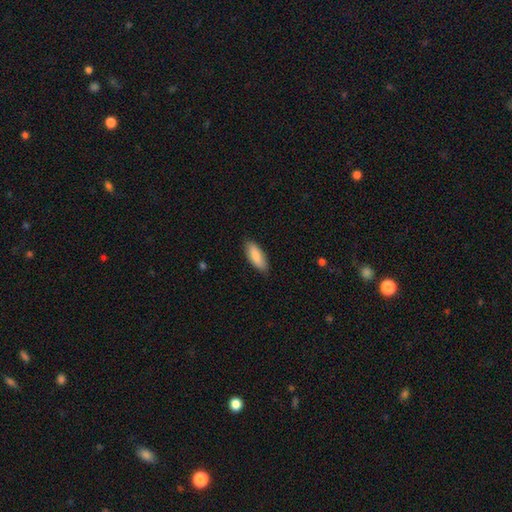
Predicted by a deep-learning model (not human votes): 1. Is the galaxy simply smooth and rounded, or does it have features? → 85% smooth, 10% featured or disk, 6% star or artifact.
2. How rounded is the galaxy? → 73% in between, 26% cigar-shaped, 2% round.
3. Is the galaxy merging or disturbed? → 85% none, 12% minor disturbance, 2% major disturbance, 1% merger.